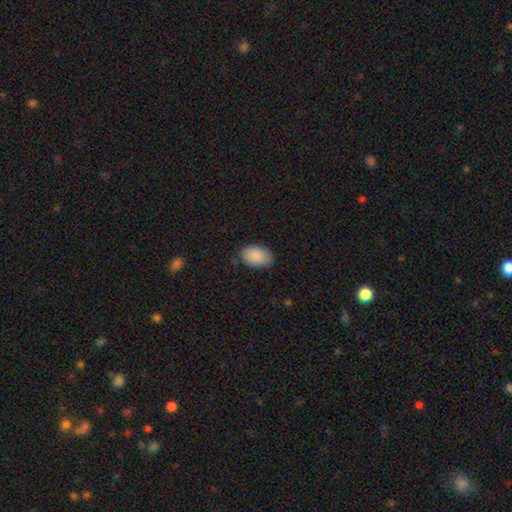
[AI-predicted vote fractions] Smooth or featured: smooth — 89% (star or artifact — 6%)
How rounded: in between — 90% (round — 9%)
Merging: none — 82% (minor disturbance — 14%)